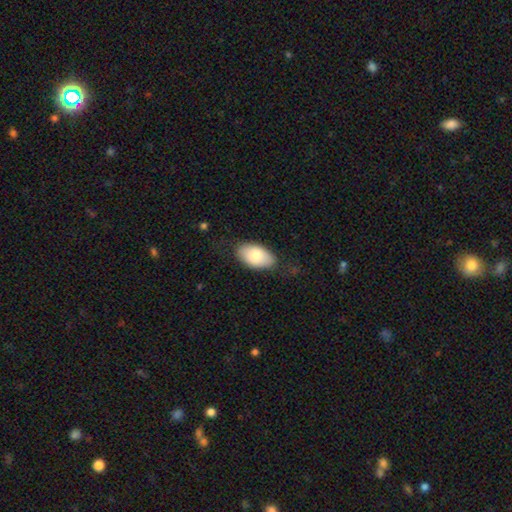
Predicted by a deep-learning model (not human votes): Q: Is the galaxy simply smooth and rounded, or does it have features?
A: smooth — 80%.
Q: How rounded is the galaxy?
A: in between — 95%.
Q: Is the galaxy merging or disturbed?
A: none — 80%.